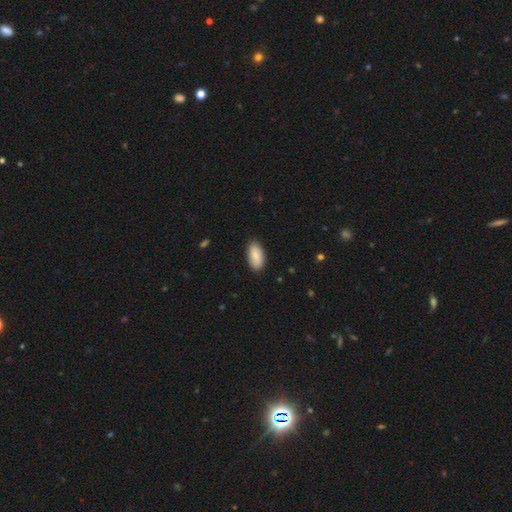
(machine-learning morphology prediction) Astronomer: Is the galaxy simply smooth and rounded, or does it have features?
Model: smooth — 85%.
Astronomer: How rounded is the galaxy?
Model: in between — 92%.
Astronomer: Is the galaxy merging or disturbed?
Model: none — 85%.